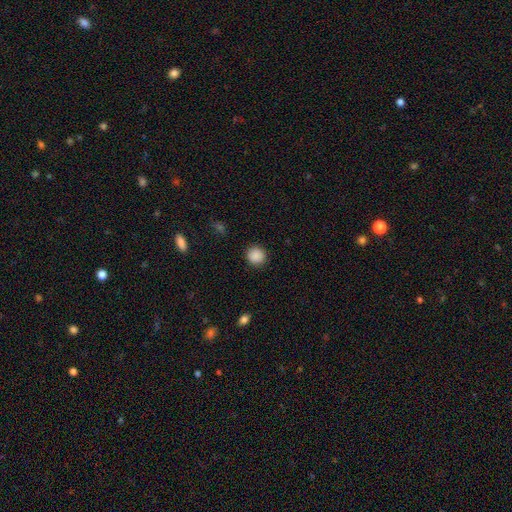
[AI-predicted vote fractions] Smooth or featured? smooth (89%)
How rounded? round (91%)
Merging? none (90%)